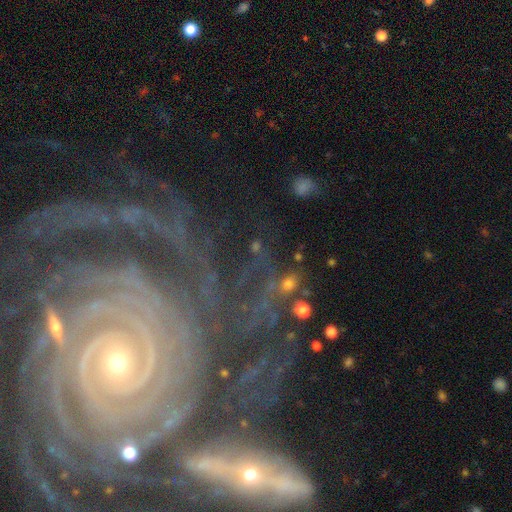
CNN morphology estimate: type=featured or disk (86%); edge-on=no (97%); bar=no (58%); spiral arms=yes (98%); winding=tight (86%); arm count=more than 4 (20%); bulge=small (70%); merging=none (69%).